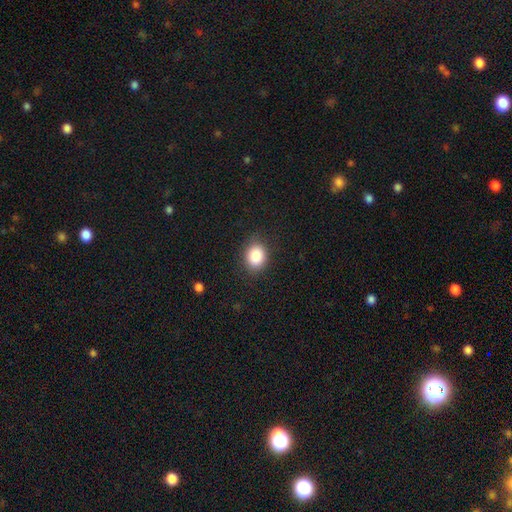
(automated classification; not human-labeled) The model was most divided on "how rounded": in between: 51%, round: 48%, cigar-shaped: 1%. More confident: smooth or featured — smooth (87%); merging — none (85%).